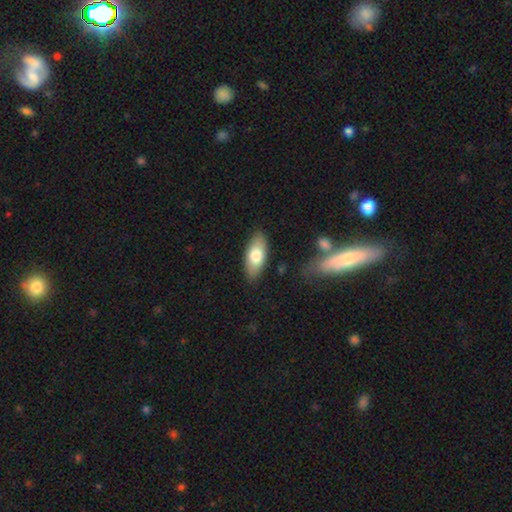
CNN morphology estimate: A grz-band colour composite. It shows a smooth galaxy with no disk features (74%) that is in between round and cigar-shaped (84%). Merging: none (84%).